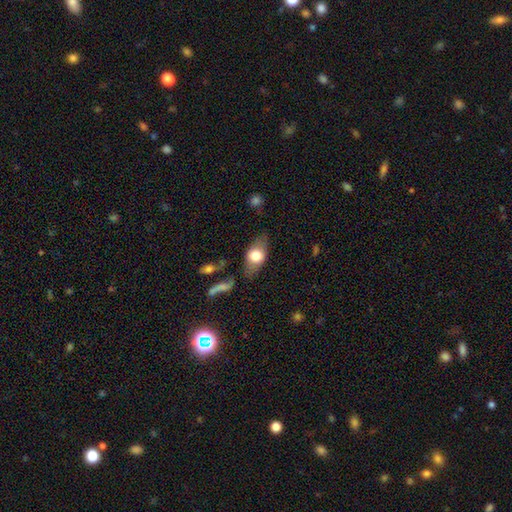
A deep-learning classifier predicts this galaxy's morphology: This appears to be a smooth galaxy with no disk features (62%) that is in between round and cigar-shaped (82%). Merging: none (74%).